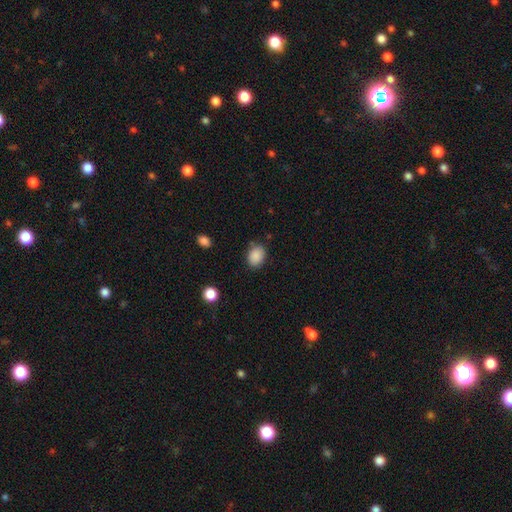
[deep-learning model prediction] Overall: smooth (88%). How rounded: in between (65%; round 34%). Merging: none (81%).